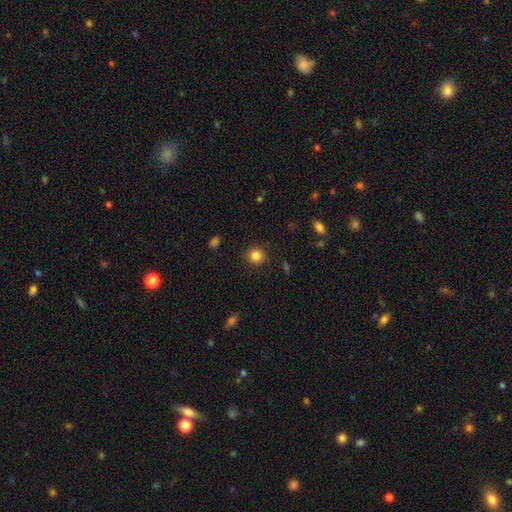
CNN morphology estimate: smooth-or-featured: smooth: 85% | star or artifact: 11% | featured or disk: 5%
  how-rounded: round: 90% | in between: 9% | cigar-shaped: 1%
  merging: none: 89% | minor disturbance: 7% | major disturbance: 3% | merger: 1%